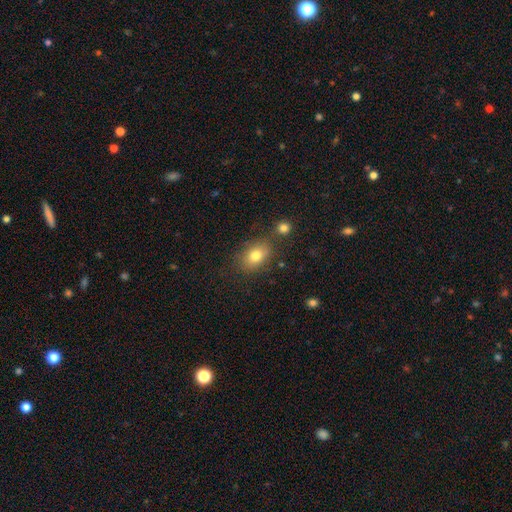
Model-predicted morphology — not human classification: type=smooth (80%); roundness=in between (73%); merging=none (72%).